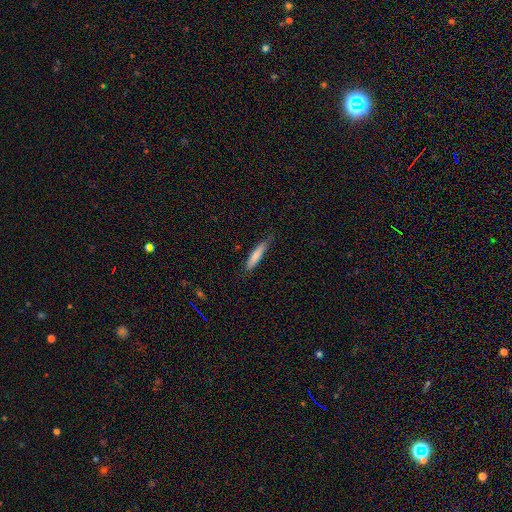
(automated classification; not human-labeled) Smooth or featured? smooth (78%)
How rounded? cigar-shaped (87%)
Merging? none (74%)